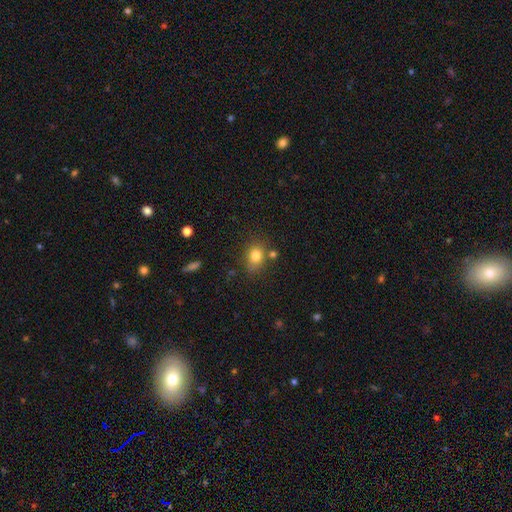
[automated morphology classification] Smooth or featured?
  - smooth: 79% *
  - star or artifact: 11%
  - featured or disk: 9%
How rounded?
  - in between: 54% *
  - round: 44%
  - cigar-shaped: 1%
Merging?
  - none: 69% *
  - minor disturbance: 16%
  - merger: 10%
  - major disturbance: 5%